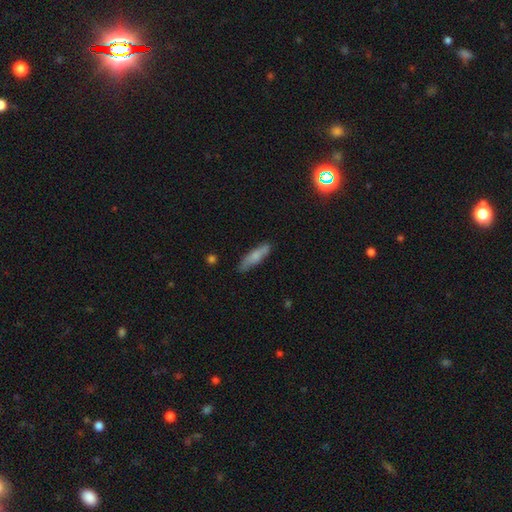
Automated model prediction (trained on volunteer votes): This appears to be a smooth galaxy with no disk features (70%) that is cigar-shaped (72%). Merging: none (81%).